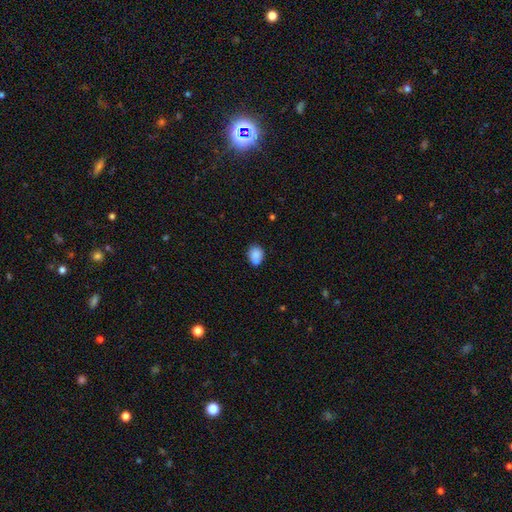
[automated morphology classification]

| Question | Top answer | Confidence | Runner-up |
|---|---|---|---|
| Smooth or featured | smooth | 82% | star or artifact (9%) |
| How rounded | round | 53% | in between (46%) |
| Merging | none | 55% | merger (23%) |